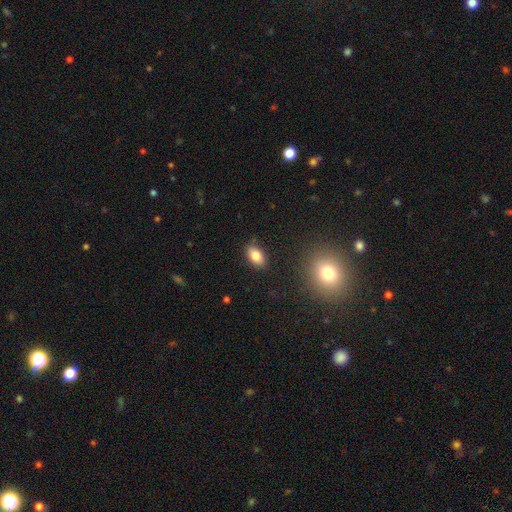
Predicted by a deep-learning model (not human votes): smooth_or_featured: smooth (p=0.81) [alt: featured or disk p=0.10]
how_rounded: in between (p=0.90) [alt: round p=0.07]
merging: none (p=0.87) [alt: minor disturbance p=0.10]